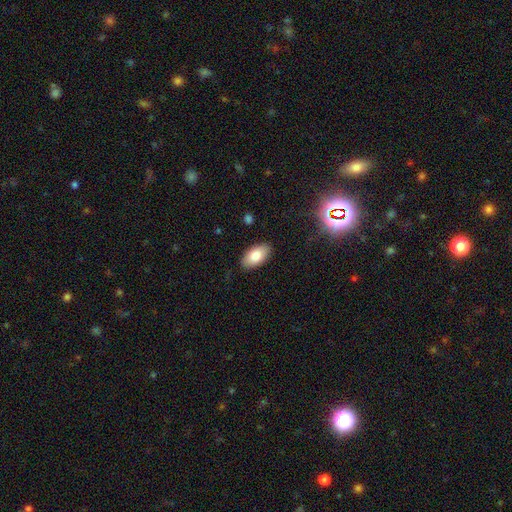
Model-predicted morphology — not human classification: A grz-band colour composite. It shows a smooth galaxy with no disk features (81%) that is in between round and cigar-shaped (94%). Merging: none (87%).